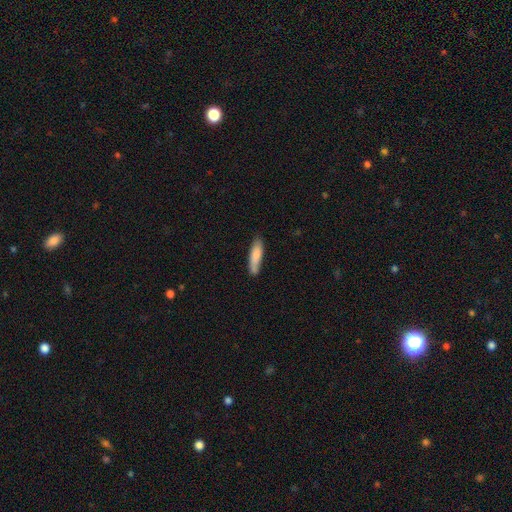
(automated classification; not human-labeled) Smooth or featured?
  - smooth: 83% *
  - featured or disk: 12%
  - star or artifact: 6%
How rounded?
  - cigar-shaped: 69% *
  - in between: 30%
  - round: 1%
Merging?
  - none: 77% *
  - minor disturbance: 18%
  - major disturbance: 3%
  - merger: 2%